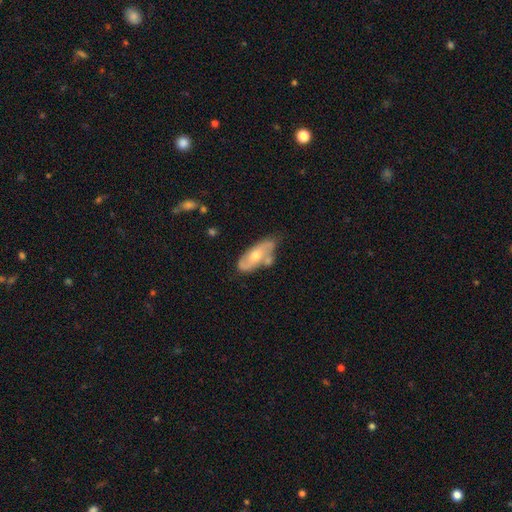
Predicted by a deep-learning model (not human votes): featured or disk 62%, smooth 32%, star or artifact 6%. Down the decision tree: edge-on disk — no (87%); bar — no (66%); spiral arms — yes (77%); bulge size — moderate (64%); merging — none (53%).